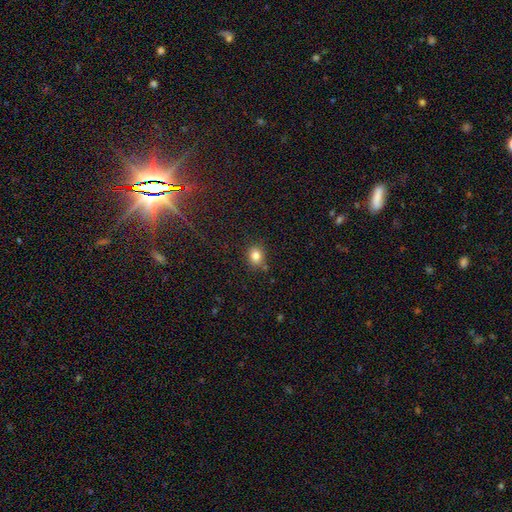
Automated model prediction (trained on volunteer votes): Morphology: type=smooth (82%); roundness=round (55%); merging=none (78%).